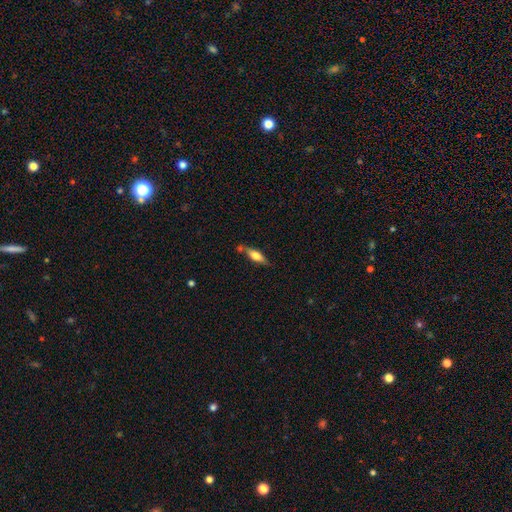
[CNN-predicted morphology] smooth_or_featured: smooth (p=0.48) [alt: featured or disk p=0.45]
merging: none (p=0.68) [alt: minor disturbance p=0.17]